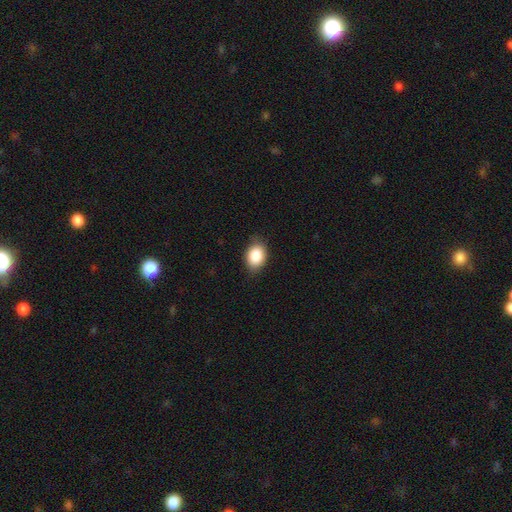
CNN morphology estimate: A smooth galaxy with no disk features (87%) that is in between round and cigar-shaped (76%).

Vote fractions:
- Smooth or featured? smooth: 87% / star or artifact: 8% / featured or disk: 5%
- How rounded? in between: 76% / round: 23% / cigar-shaped: 1%
- Merging? none: 80% / minor disturbance: 16% / major disturbance: 3% / merger: 1%